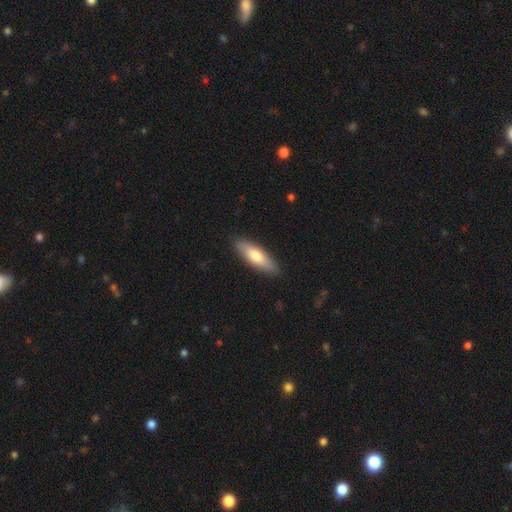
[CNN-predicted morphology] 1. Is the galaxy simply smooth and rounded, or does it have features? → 73% smooth, 21% featured or disk, 5% star or artifact.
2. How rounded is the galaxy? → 54% in between, 44% cigar-shaped, 2% round.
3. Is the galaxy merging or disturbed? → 87% none, 10% minor disturbance, 2% major disturbance, 1% merger.